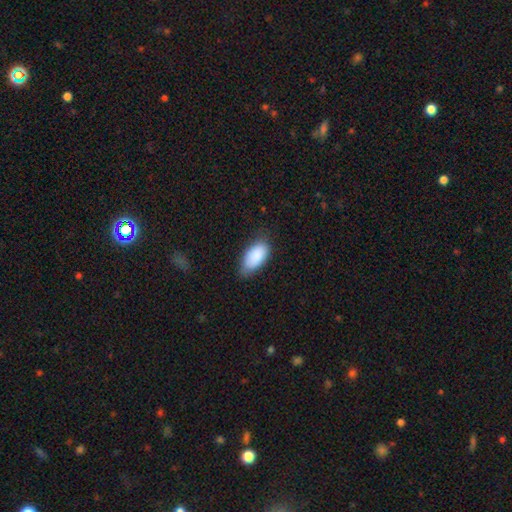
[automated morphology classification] smooth 88%, star or artifact 6%, featured or disk 5%. Down the decision tree: how rounded — in between (93%); merging — none (68%).